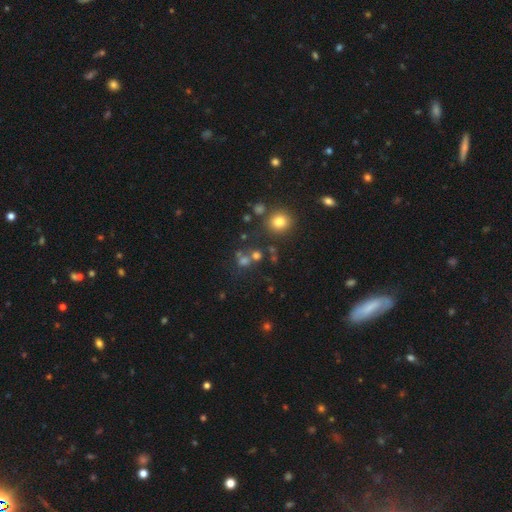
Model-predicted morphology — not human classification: smooth 58%, star or artifact 29%, featured or disk 13%. Down the decision tree: how rounded — round (83%); merging — none (57%).